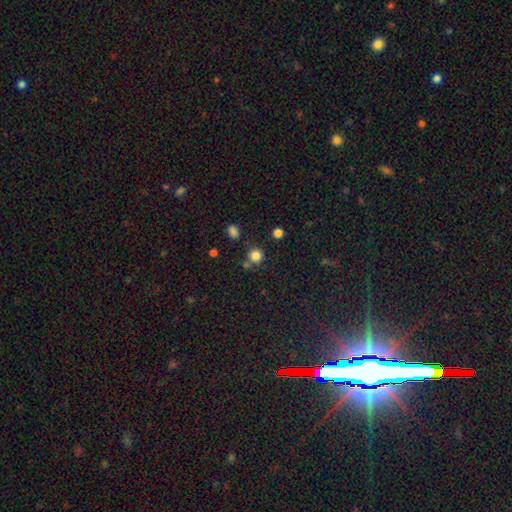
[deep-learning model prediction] Smooth or featured? Predicted: smooth (p=0.82). How rounded? Predicted: round (p=0.91). Merging? Predicted: none (p=0.76).